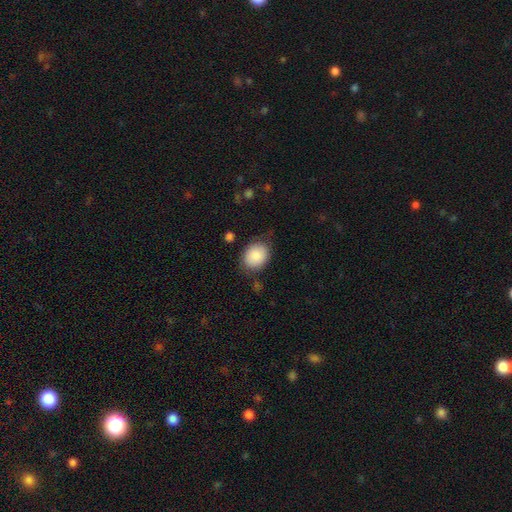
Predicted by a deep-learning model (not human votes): Smooth or featured?
  - smooth: 87% *
  - star or artifact: 7%
  - featured or disk: 6%
How rounded?
  - in between: 53% *
  - round: 46%
  - cigar-shaped: 1%
Merging?
  - none: 73% *
  - minor disturbance: 19%
  - major disturbance: 6%
  - merger: 2%